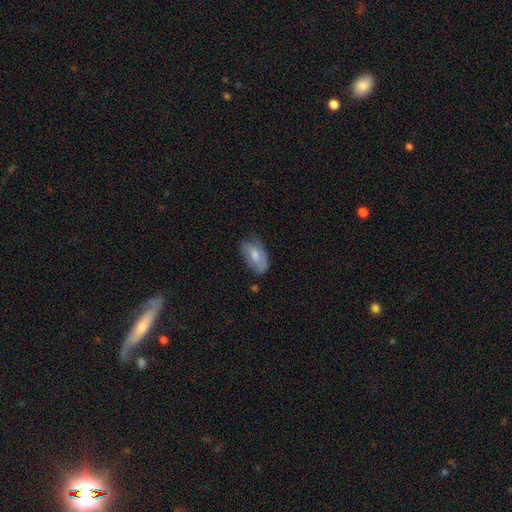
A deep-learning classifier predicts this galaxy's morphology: Smooth or featured? smooth (67%)
How rounded? in between (92%)
Merging? none (53%)